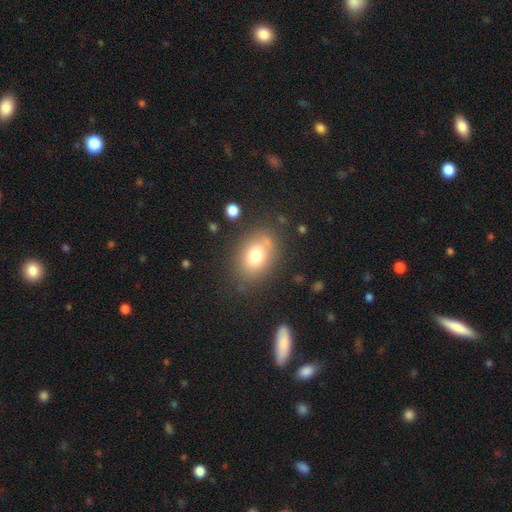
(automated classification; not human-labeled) Q: Smooth or featured?
A: smooth (75%); runner-up: featured or disk (14%)
Q: How rounded?
A: in between (71%); runner-up: round (28%)
Q: Merging?
A: none (76%); runner-up: minor disturbance (14%)